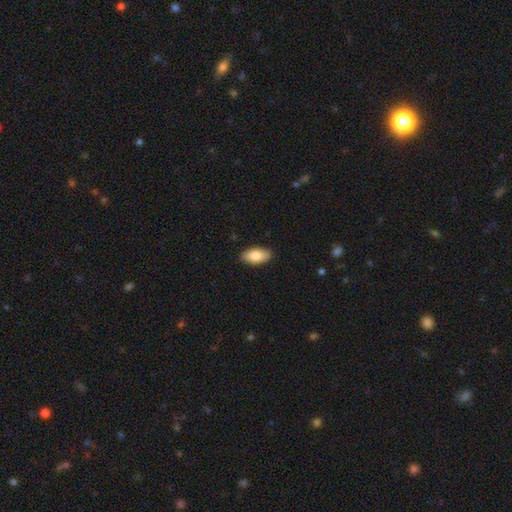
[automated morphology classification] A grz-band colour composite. It shows a smooth galaxy with no disk features (85%) that is in between round and cigar-shaped (92%). Merging: none (89%).